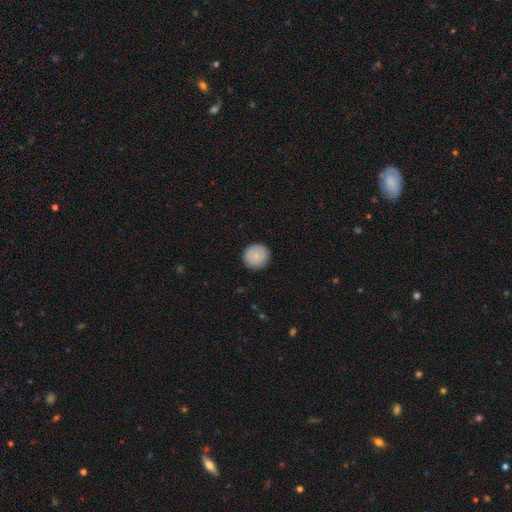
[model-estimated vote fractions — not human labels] smooth-or-featured: smooth: 84% | featured or disk: 9% | star or artifact: 7%
  how-rounded: round: 94% | in between: 5% | cigar-shaped: 1%
  merging: none: 91% | minor disturbance: 6% | major disturbance: 2% | merger: 1%